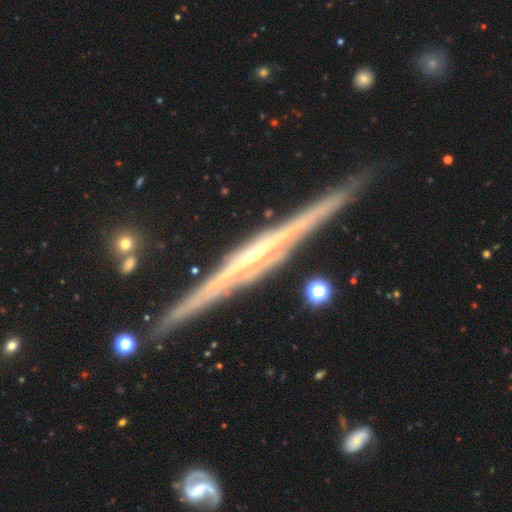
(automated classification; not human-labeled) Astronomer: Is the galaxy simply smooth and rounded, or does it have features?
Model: featured or disk — 88%.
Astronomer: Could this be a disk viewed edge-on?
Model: yes — 98%.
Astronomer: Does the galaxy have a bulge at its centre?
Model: rounded — 55%.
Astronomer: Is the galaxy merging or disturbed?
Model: none — 90%.